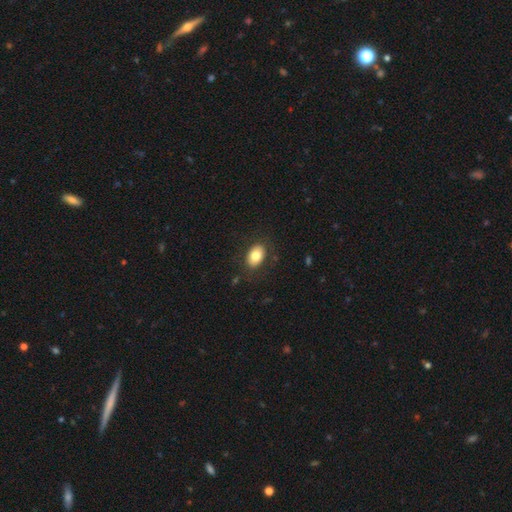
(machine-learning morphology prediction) smooth 80%, featured or disk 12%, star or artifact 8%. Down the decision tree: how rounded — in between (84%); merging — none (84%).